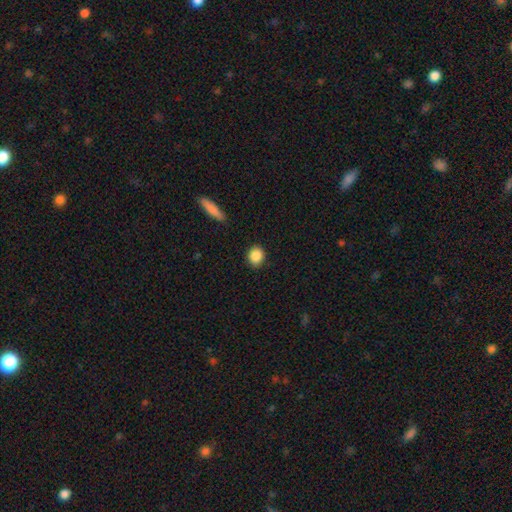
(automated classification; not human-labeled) Q: Smooth or featured?
A: smooth (88%); runner-up: star or artifact (8%)
Q: How rounded?
A: round (73%); runner-up: in between (25%)
Q: Merging?
A: none (89%); runner-up: minor disturbance (8%)